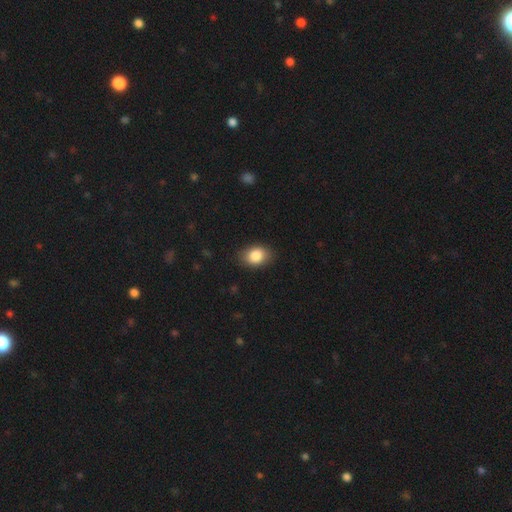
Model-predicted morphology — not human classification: smooth-or-featured: smooth: 85% | star or artifact: 8% | featured or disk: 7%
  how-rounded: in between: 75% | round: 24% | cigar-shaped: 1%
  merging: none: 86% | minor disturbance: 11% | major disturbance: 2% | merger: 1%